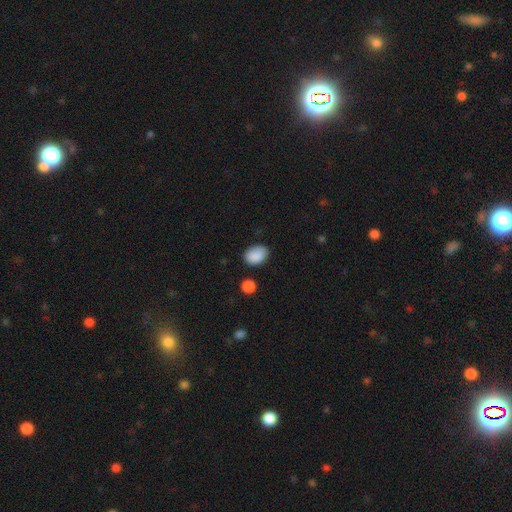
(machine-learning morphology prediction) This is clearly a smooth galaxy (89%). How rounded: clearly in between (81%). Merging: likely none (79%).